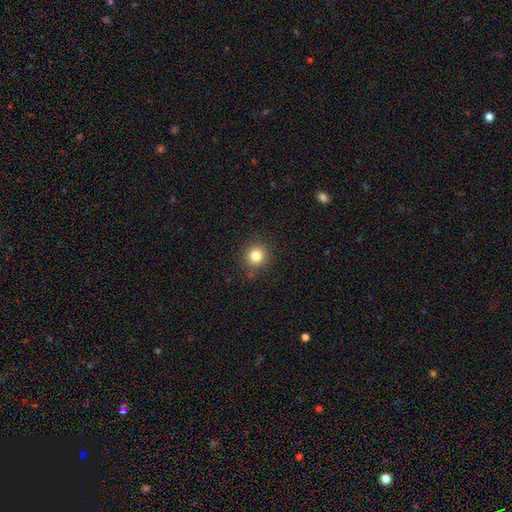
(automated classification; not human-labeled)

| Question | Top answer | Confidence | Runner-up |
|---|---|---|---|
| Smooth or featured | smooth | 82% | star or artifact (12%) |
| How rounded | round | 93% | in between (7%) |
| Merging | none | 89% | minor disturbance (7%) |